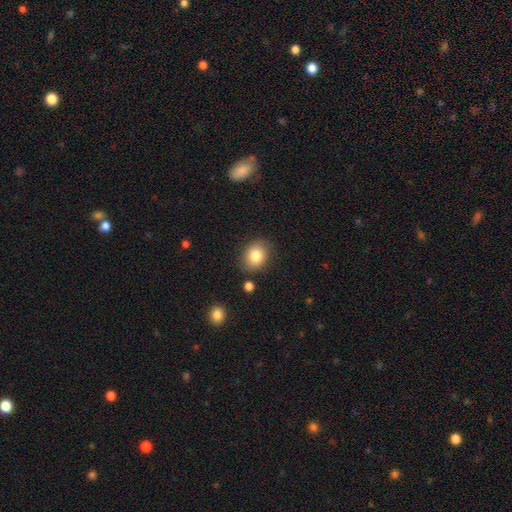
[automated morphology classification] This is clearly a smooth galaxy (83%). How rounded: possibly in between (56%). Merging: clearly none (81%).